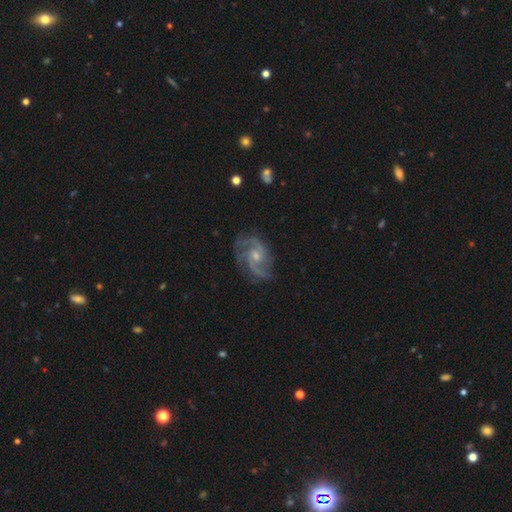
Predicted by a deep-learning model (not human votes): A featured or disk galaxy (88%) with no bar (63%), 2 (50%) medium (55%) spiral arms (97%) and a small central bulge (56%). Merging: none (75%).